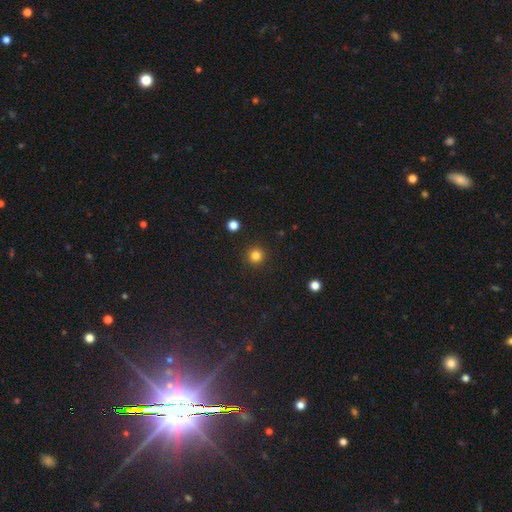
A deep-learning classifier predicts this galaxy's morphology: smooth 83%, star or artifact 13%, featured or disk 4%. Down the decision tree: how rounded — round (95%); merging — none (92%).